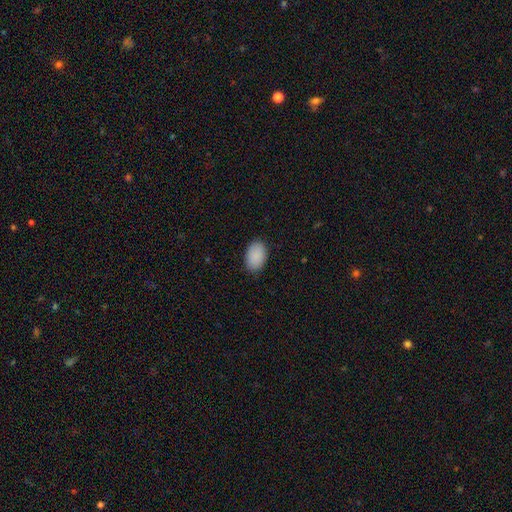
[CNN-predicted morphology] Smooth or featured? Predicted: smooth (p=0.90). How rounded? Predicted: in between (p=0.90). Merging? Predicted: none (p=0.86).